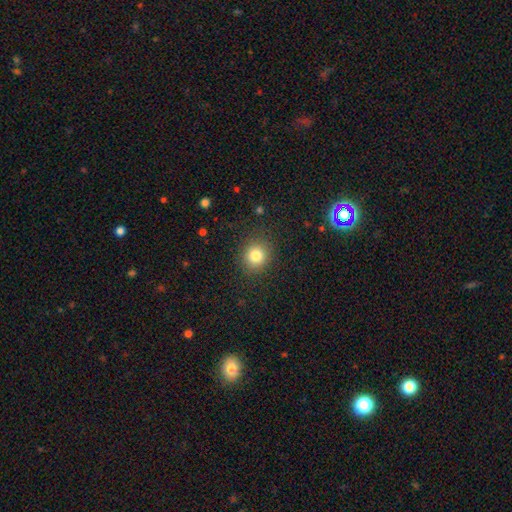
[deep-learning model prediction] Smooth or featured? Predicted: smooth (p=0.82). How rounded? Predicted: round (p=0.83). Merging? Predicted: none (p=0.88).